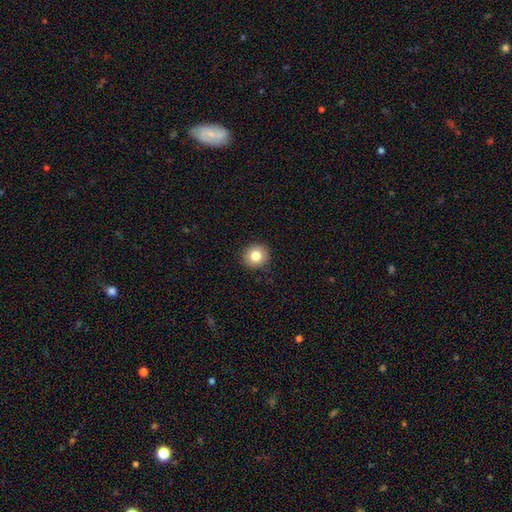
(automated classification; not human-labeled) Smooth or featured? Predicted: smooth (p=0.81). How rounded? Predicted: round (p=0.92). Merging? Predicted: none (p=0.92).